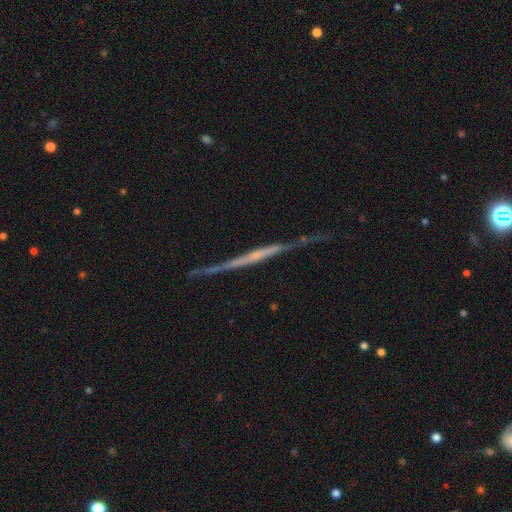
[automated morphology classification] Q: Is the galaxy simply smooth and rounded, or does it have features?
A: featured or disk — 76%.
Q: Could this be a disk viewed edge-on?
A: yes — 95%.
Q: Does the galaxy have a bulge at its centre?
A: none — 68%.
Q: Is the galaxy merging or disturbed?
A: none — 69%.